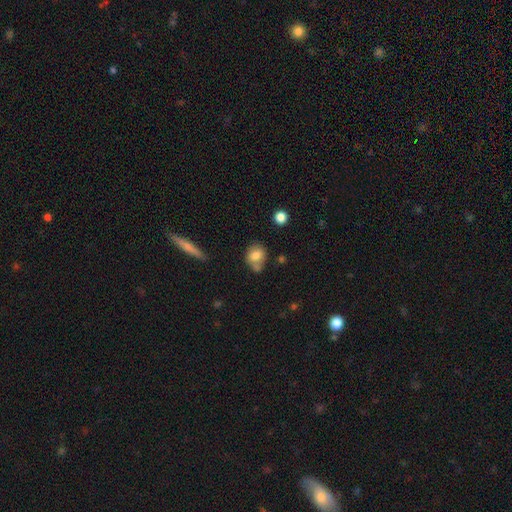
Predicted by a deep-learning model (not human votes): Q: Smooth or featured?
A: smooth (76%); runner-up: featured or disk (14%)
Q: How rounded?
A: round (54%); runner-up: in between (44%)
Q: Merging?
A: none (54%); runner-up: merger (20%)